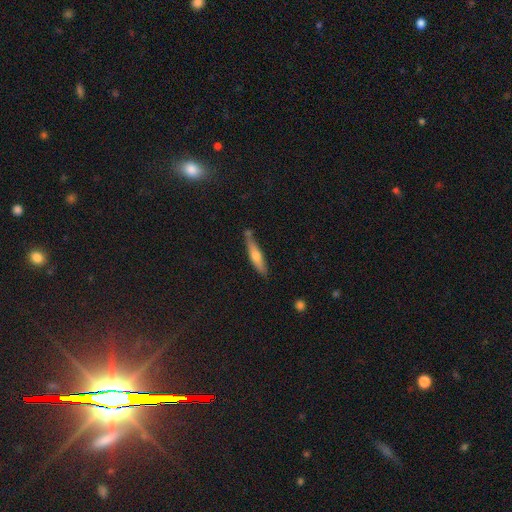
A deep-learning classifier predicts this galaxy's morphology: A smooth galaxy with no disk features (51%) that is cigar-shaped (86%).

Vote fractions:
- Smooth or featured? smooth: 51% / featured or disk: 41% / star or artifact: 8%
- How rounded? cigar-shaped: 86% / in between: 12% / round: 2%
- Merging? none: 75% / minor disturbance: 16% / merger: 6% / major disturbance: 3%